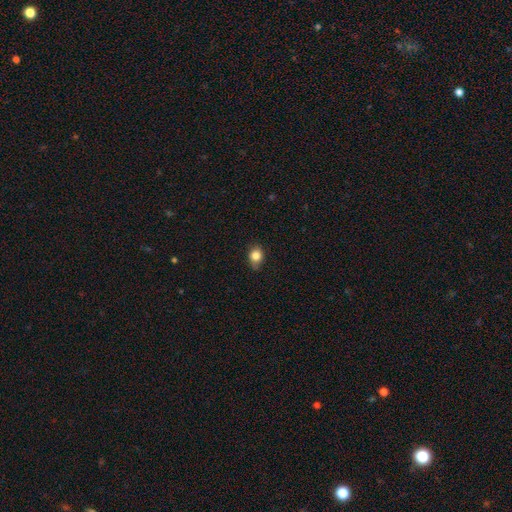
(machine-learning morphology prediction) smooth-or-featured: smooth: 83% | star or artifact: 10% | featured or disk: 7%
  how-rounded: round: 50% | in between: 49% | cigar-shaped: 1%
  merging: none: 71% | minor disturbance: 24% | major disturbance: 4% | merger: 1%